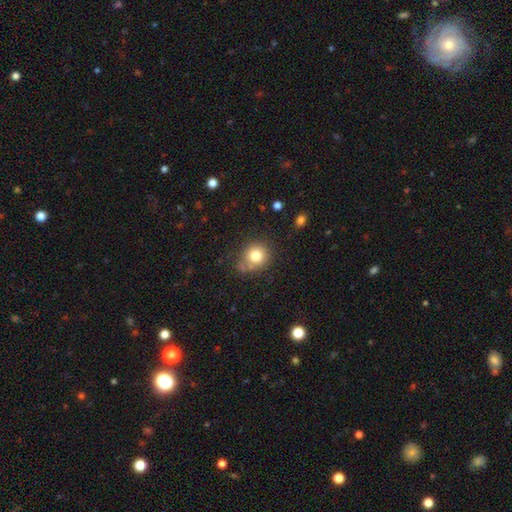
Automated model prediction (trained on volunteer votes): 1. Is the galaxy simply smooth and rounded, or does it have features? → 79% smooth, 11% star or artifact, 10% featured or disk.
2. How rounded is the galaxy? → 81% round, 18% in between, 1% cigar-shaped.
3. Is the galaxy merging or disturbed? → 66% none, 20% minor disturbance, 8% merger, 6% major disturbance.